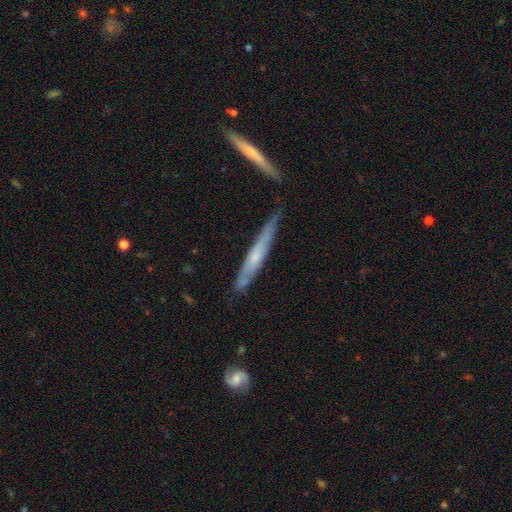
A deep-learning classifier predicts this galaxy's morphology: Smooth or featured? Predicted: featured or disk (p=0.57). Edge-on disk? Predicted: yes (p=0.87). Merging? Predicted: none (p=0.71).